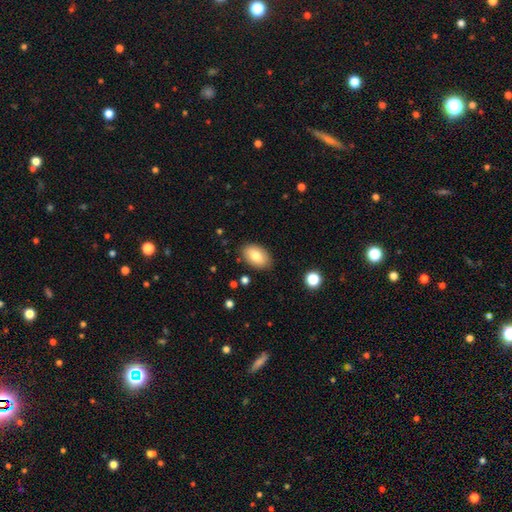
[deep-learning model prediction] Overall: smooth (79%). How rounded: in between (91%). Merging: none (85%).